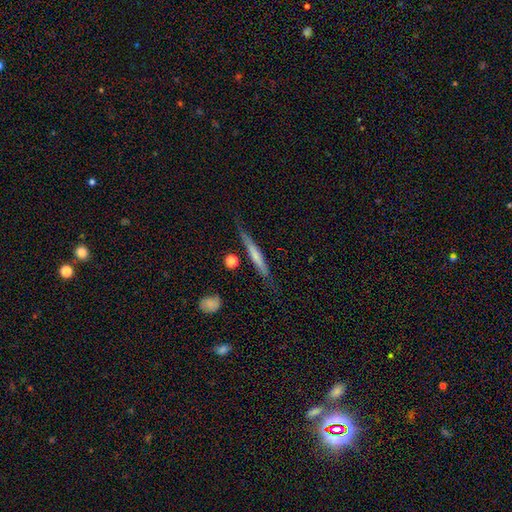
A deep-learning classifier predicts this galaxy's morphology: smooth 50%, featured or disk 43%, star or artifact 6%. Down the decision tree: how rounded — cigar-shaped (93%); merging — none (74%).